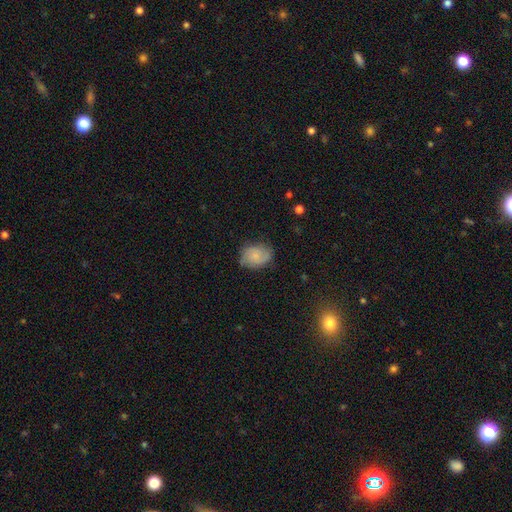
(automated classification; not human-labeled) Smooth or featured?
  - smooth: 55% *
  - featured or disk: 37%
  - star or artifact: 9%
How rounded?
  - in between: 63% *
  - round: 36%
  - cigar-shaped: 1%
Merging?
  - none: 72% *
  - minor disturbance: 21%
  - major disturbance: 6%
  - merger: 1%